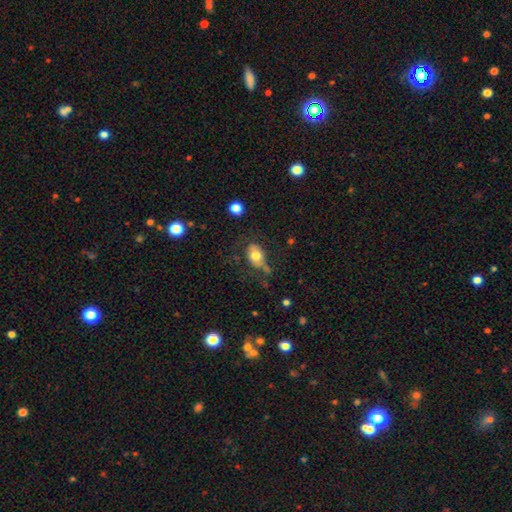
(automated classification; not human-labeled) The model was most divided on "merging": none: 44%, minor disturbance: 29%, major disturbance: 19%, merger: 7%. More confident: smooth or featured — smooth (73%); how rounded — in between (71%).